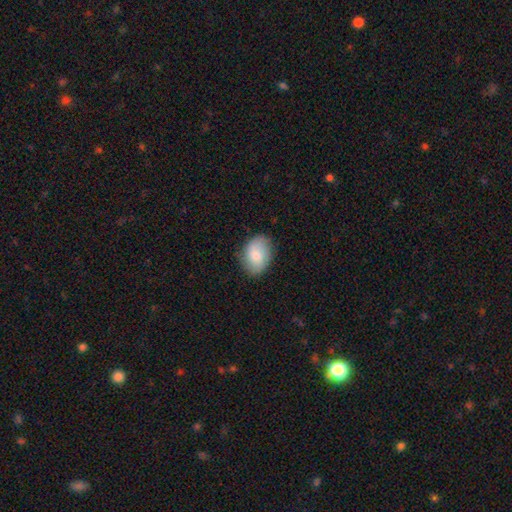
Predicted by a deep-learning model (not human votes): Overall: smooth (76%). How rounded: in between (75%). Merging: none (77%).